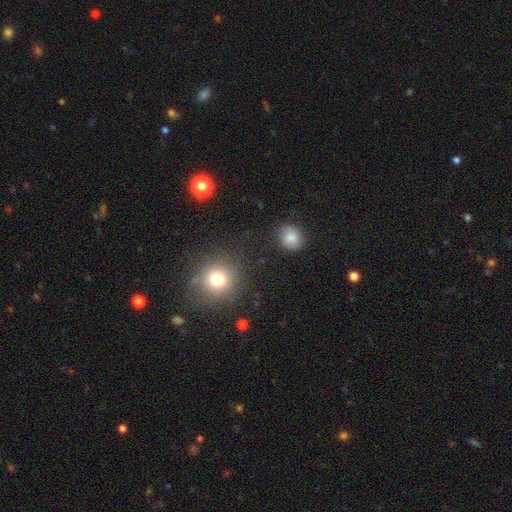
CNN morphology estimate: Smooth or featured: smooth — 52% (star or artifact — 39%)
How rounded: round — 88% (in between — 11%)
Merging: none — 85% (minor disturbance — 8%)